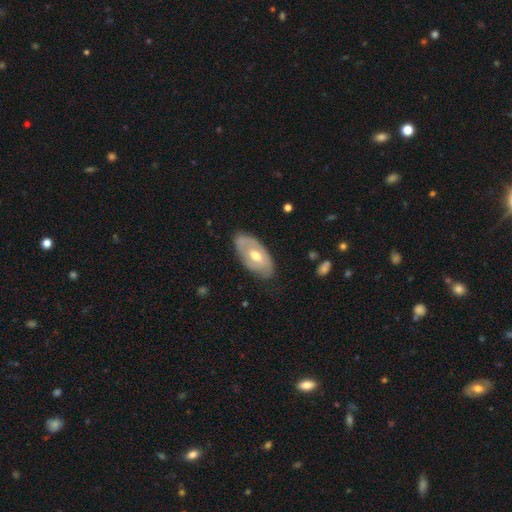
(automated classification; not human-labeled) Smooth or featured?
  - featured or disk: 56% *
  - smooth: 39%
  - star or artifact: 5%
Edge-on disk?
  - no: 87% *
  - yes: 13%
Merging?
  - none: 71% *
  - minor disturbance: 22%
  - major disturbance: 5%
  - merger: 1%